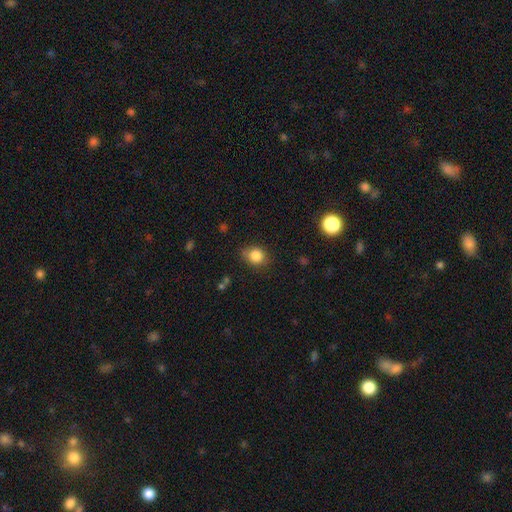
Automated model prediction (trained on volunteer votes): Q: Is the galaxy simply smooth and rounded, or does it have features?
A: smooth — 84%.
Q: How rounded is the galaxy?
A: round — 68%.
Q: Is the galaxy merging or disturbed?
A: none — 79%.